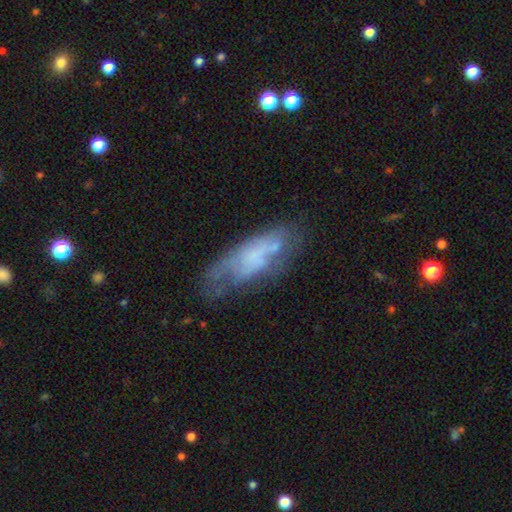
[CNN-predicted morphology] This appears to be a featured or disk galaxy (47%). Merging: none (46%).